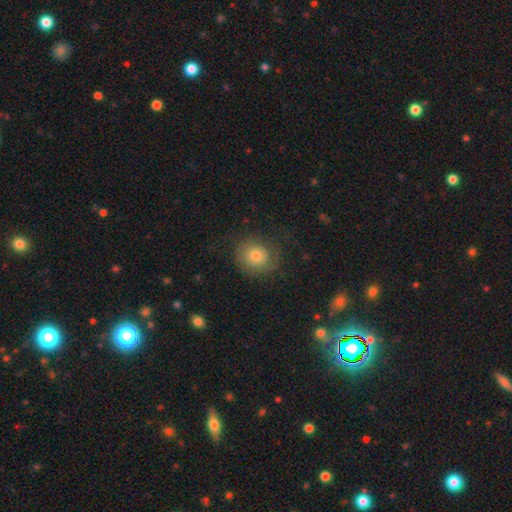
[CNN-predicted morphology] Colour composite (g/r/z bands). It shows a smooth galaxy with no disk features (69%) that is round (84%). Merging: none (72%).